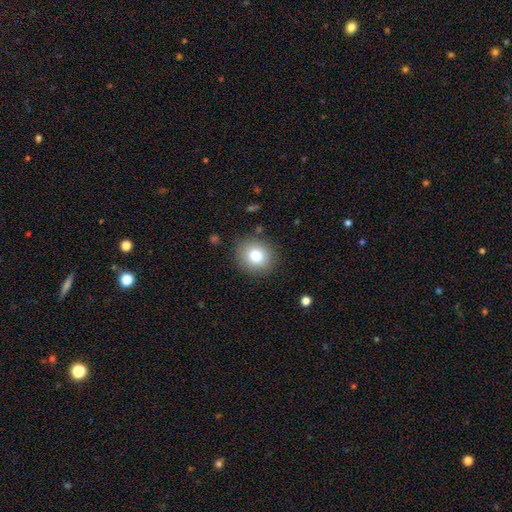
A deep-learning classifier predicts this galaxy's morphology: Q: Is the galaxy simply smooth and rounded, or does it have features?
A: smooth — 81%.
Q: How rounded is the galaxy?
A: round — 79%.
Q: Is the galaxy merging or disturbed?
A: none — 87%.